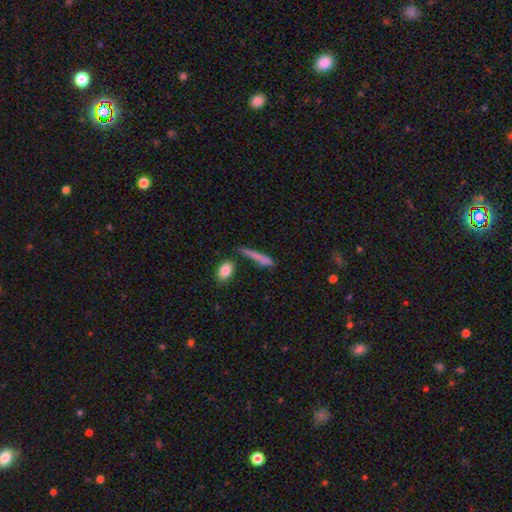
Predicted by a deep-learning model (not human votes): This is likely a smooth galaxy (69%). How rounded: clearly cigar-shaped (85%). Merging: likely none (62%).